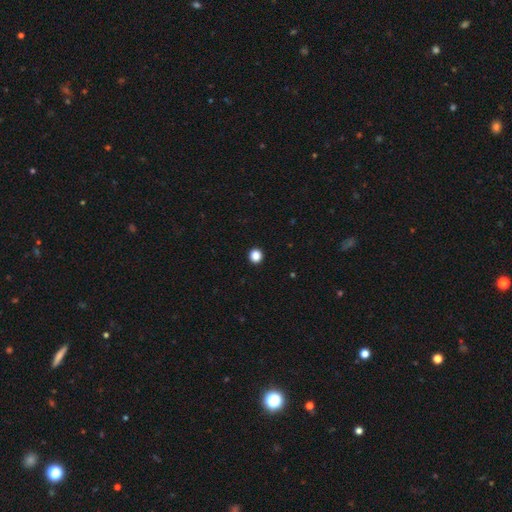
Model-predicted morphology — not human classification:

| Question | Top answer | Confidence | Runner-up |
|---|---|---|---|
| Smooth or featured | smooth | 86% | star or artifact (11%) |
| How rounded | round | 93% | in between (6%) |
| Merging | none | 94% | minor disturbance (4%) |